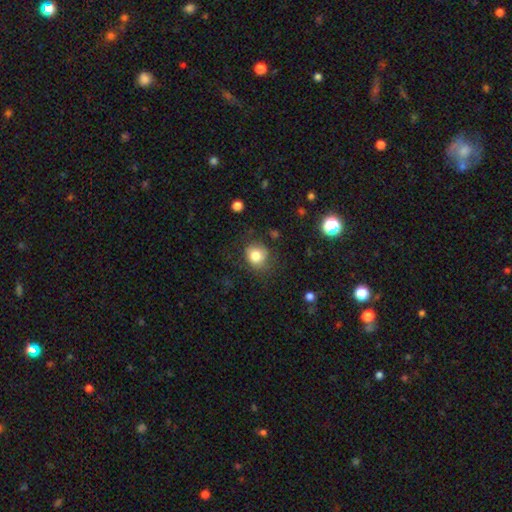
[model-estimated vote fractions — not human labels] Overall: smooth (80%). How rounded: round (74%). Merging: none (69%).